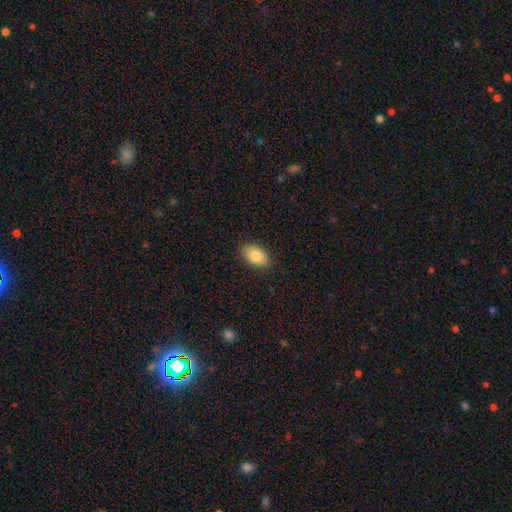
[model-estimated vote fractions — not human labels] Smooth or featured? Predicted: smooth (p=0.84). How rounded? Predicted: in between (p=0.92). Merging? Predicted: none (p=0.88).